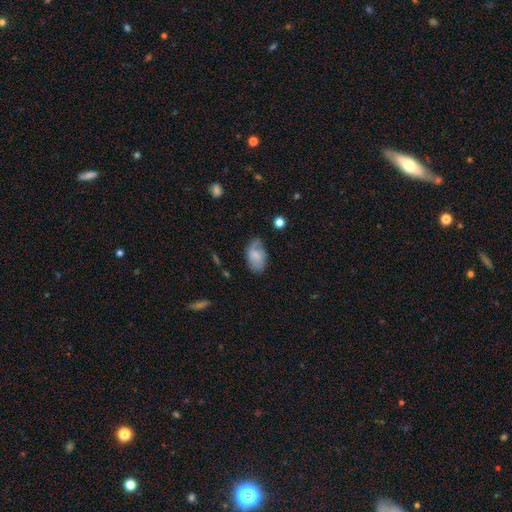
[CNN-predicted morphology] Smooth or featured: smooth — 67% (featured or disk — 25%)
How rounded: in between — 91% (round — 7%)
Merging: none — 55% (minor disturbance — 31%)